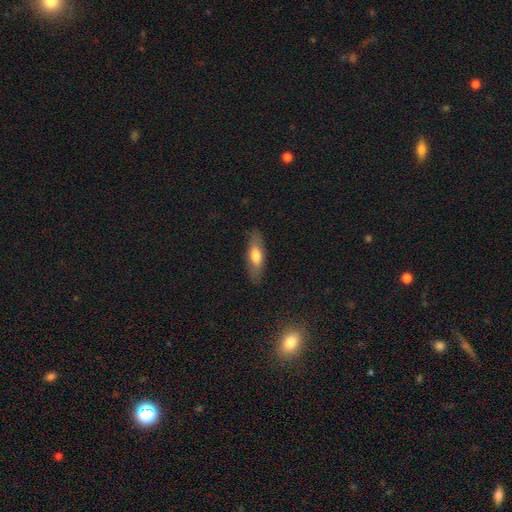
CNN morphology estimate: Smooth or featured: smooth — 65% (featured or disk — 29%)
How rounded: in between — 58% (cigar-shaped — 40%)
Merging: none — 84% (minor disturbance — 12%)